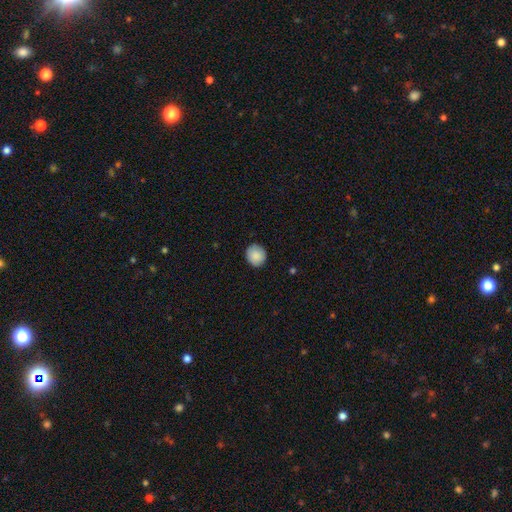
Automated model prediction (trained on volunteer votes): Smooth or featured: smooth — 87% (star or artifact — 7%)
How rounded: round — 85% (in between — 14%)
Merging: none — 86% (minor disturbance — 11%)